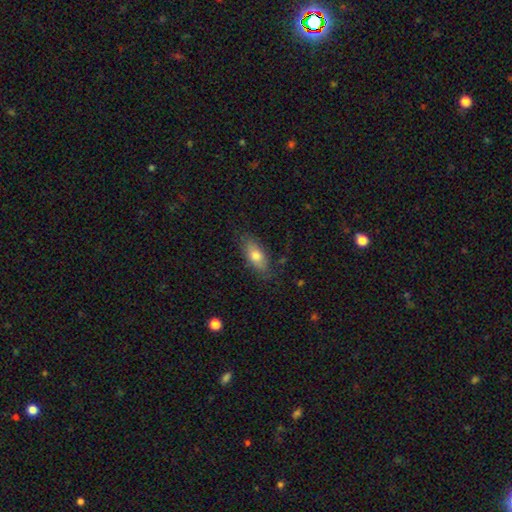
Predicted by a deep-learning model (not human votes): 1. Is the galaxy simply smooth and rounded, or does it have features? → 72% smooth, 21% featured or disk, 7% star or artifact.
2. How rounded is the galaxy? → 78% in between, 18% cigar-shaped, 4% round.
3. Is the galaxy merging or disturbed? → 80% none, 15% minor disturbance, 3% major disturbance, 1% merger.